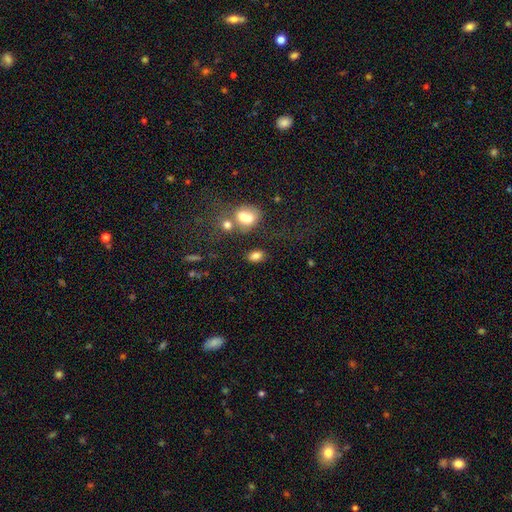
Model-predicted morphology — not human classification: Smooth or featured: smooth — 81% (star or artifact — 11%)
How rounded: in between — 81% (round — 16%)
Merging: none — 68% (minor disturbance — 14%)